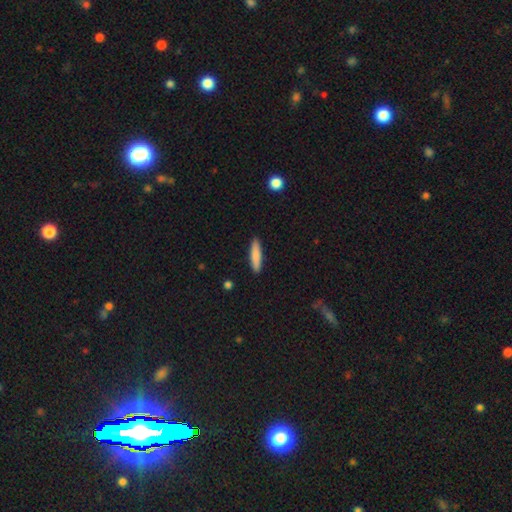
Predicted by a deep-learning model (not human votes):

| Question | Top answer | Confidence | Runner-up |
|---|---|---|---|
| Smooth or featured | smooth | 82% | featured or disk (13%) |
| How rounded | cigar-shaped | 80% | in between (18%) |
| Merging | none | 90% | minor disturbance (7%) |